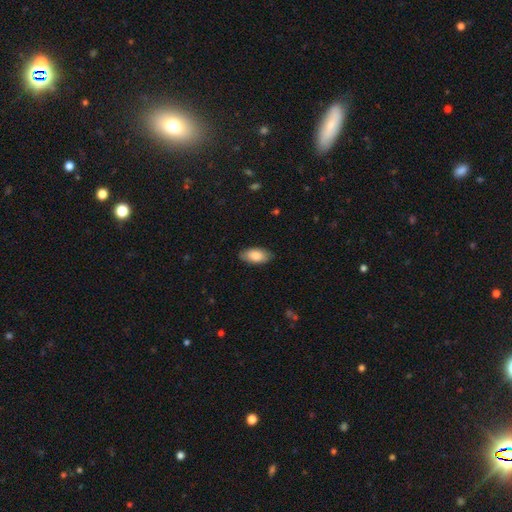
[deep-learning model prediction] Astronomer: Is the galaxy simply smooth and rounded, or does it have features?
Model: smooth — 85%.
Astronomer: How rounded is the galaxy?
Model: in between — 93%.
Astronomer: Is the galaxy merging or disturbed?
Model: none — 85%.